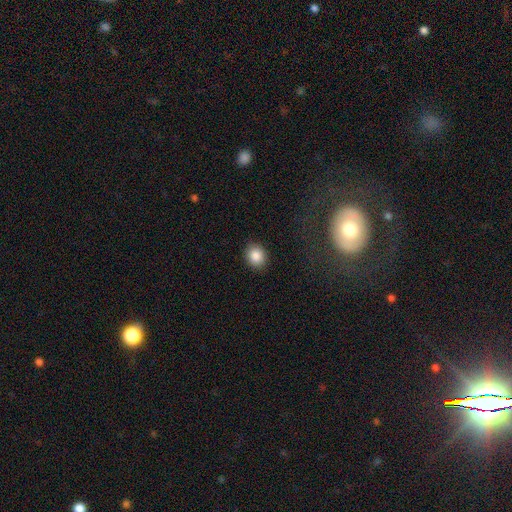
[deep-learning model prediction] Q: Smooth or featured?
A: smooth (87%); runner-up: star or artifact (9%)
Q: How rounded?
A: round (65%); runner-up: in between (34%)
Q: Merging?
A: none (89%); runner-up: minor disturbance (7%)